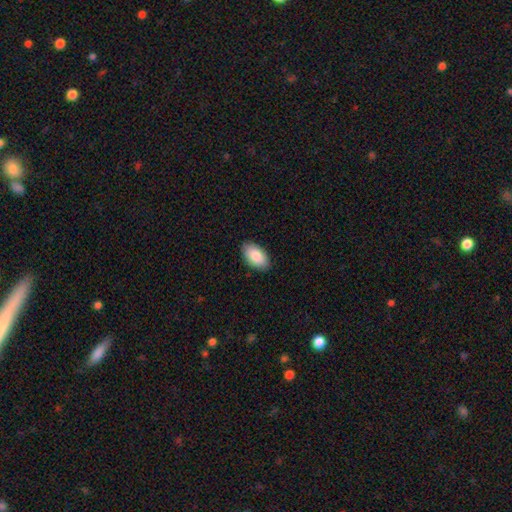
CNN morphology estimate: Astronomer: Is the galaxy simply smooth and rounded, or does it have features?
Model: smooth — 87%.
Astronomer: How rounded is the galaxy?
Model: in between — 95%.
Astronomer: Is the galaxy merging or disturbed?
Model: none — 88%.